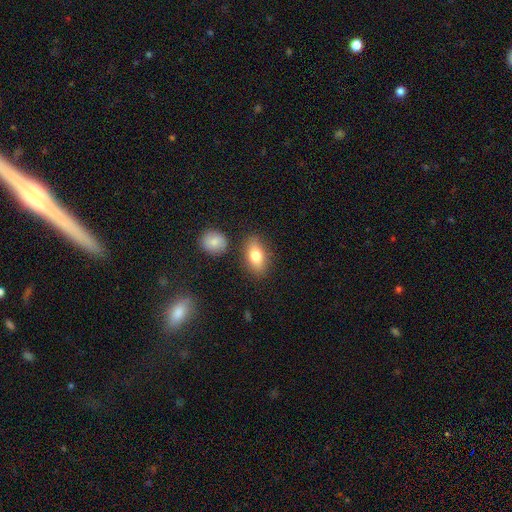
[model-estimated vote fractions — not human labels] Smooth or featured? smooth (79%)
How rounded? in between (88%)
Merging? none (80%)